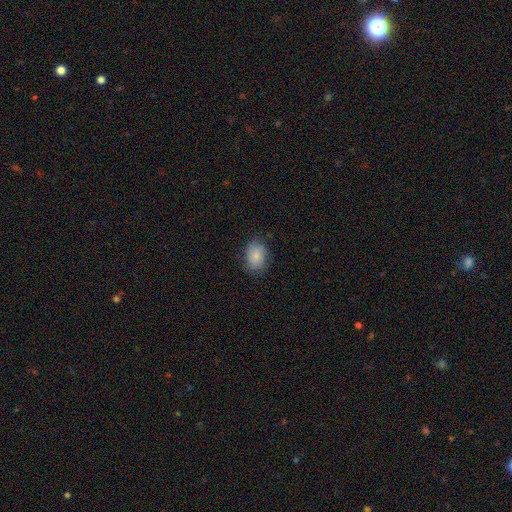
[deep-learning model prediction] A smooth galaxy with no disk features (78%) that is in between round and cigar-shaped (65%). Merging: none (74%).